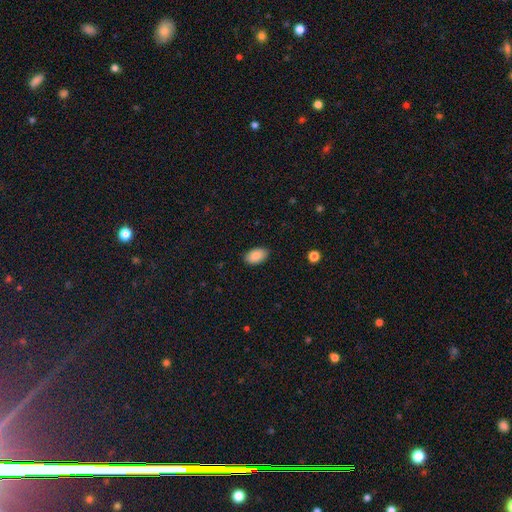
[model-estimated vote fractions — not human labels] smooth 89%, star or artifact 7%, featured or disk 4%. Down the decision tree: how rounded — in between (93%); merging — none (87%).